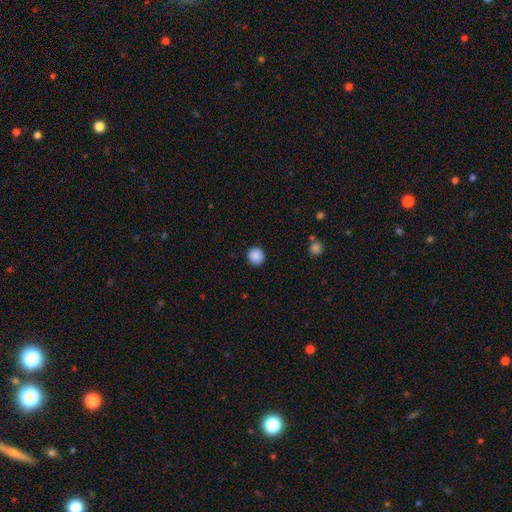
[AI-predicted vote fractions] Smooth or featured? Predicted: smooth (p=0.89). How rounded? Predicted: round (p=0.93). Merging? Predicted: none (p=0.91).